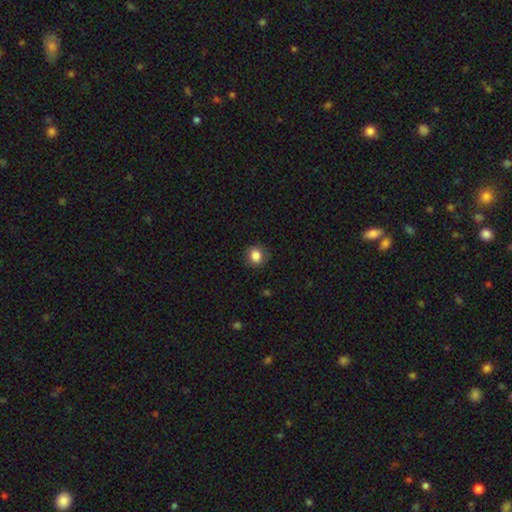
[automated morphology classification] Overall: smooth (84%). How rounded: round (81%). Merging: none (84%).